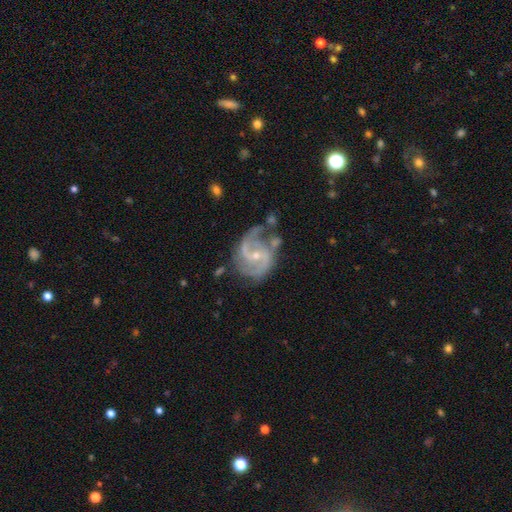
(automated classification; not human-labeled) Smooth or featured? Predicted: featured or disk (p=0.90). Edge-on disk? Predicted: no (p=0.98). Bar? Predicted: weak (p=0.47). Spiral arms? Predicted: yes (p=0.97). Spiral winding? Predicted: medium (p=0.58). Spiral arm count? Predicted: 2 (p=0.82). Bulge size? Predicted: small (p=0.64). Merging? Predicted: none (p=0.53).